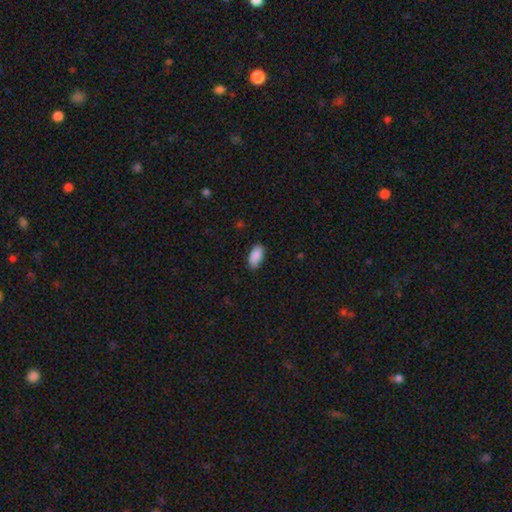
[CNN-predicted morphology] This is clearly a smooth galaxy (90%). How rounded: clearly in between (91%). Merging: clearly none (86%).